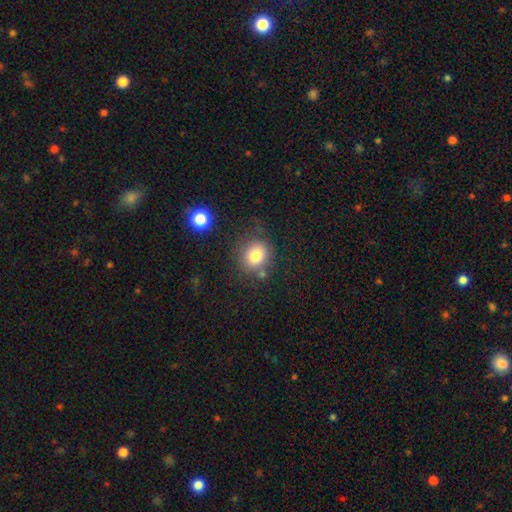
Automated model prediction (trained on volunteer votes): This is likely a smooth galaxy (80%). How rounded: clearly round (81%). Merging: likely none (72%).